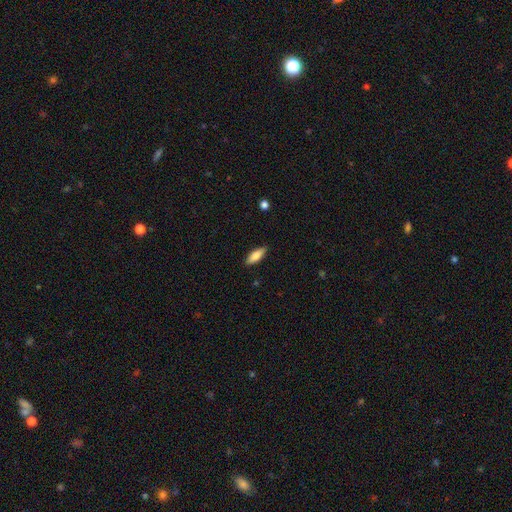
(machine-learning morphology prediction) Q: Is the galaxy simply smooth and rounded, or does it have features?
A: smooth — 76%.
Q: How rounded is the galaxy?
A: in between — 63%.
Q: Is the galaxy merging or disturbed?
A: none — 87%.